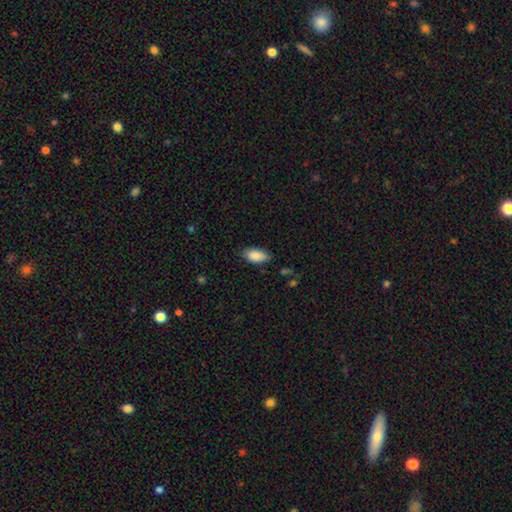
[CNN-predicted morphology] The model was most divided on "merging": none: 75%, minor disturbance: 19%, major disturbance: 4%, merger: 1%. More confident: how rounded — in between (92%); smooth or featured — smooth (88%).